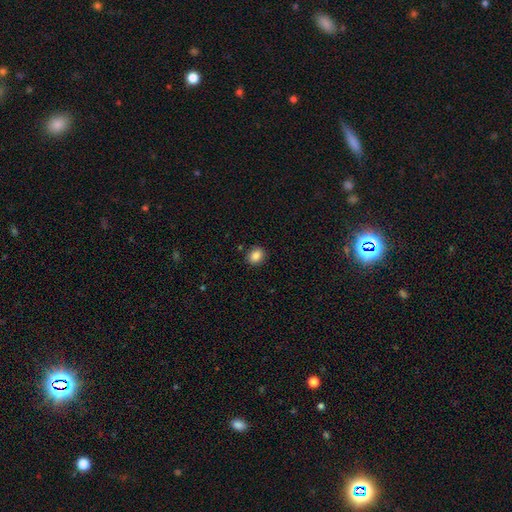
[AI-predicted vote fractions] A smooth galaxy with no disk features (87%) that is round (54%). Merging: none (88%).